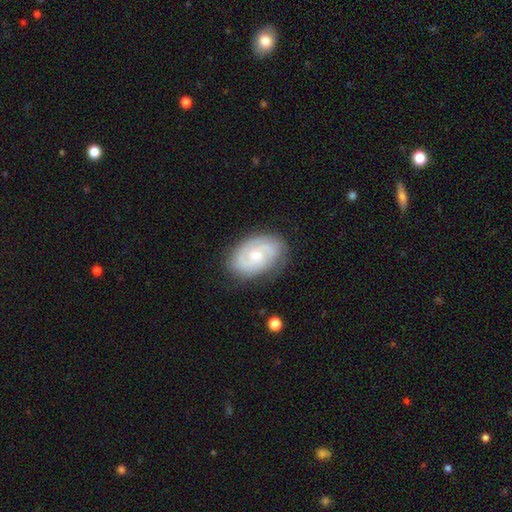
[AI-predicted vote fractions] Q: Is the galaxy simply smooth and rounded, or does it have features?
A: featured or disk — 80%.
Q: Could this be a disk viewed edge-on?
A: no — 97%.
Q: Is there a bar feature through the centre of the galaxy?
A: no — 61%.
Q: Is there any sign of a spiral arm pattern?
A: yes — 95%.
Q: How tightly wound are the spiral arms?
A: tight — 57%.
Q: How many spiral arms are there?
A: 2 — 66%.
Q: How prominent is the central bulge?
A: small — 51%.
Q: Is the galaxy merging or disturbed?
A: none — 80%.